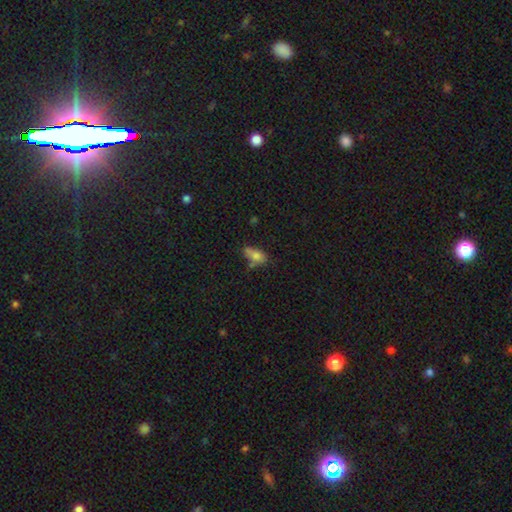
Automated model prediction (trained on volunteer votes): This appears to be a smooth galaxy with no disk features (74%) that is in between round and cigar-shaped (84%). Merging: none (46%).